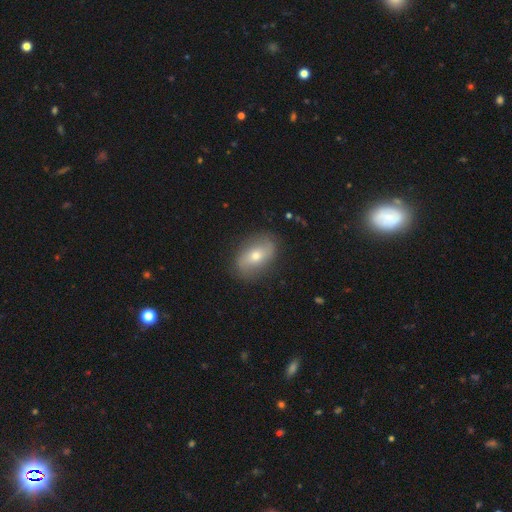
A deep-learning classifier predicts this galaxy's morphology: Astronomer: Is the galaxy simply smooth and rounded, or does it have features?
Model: smooth — 48% (runner-up: featured or disk, 45%).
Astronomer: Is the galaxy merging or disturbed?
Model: none — 83%.